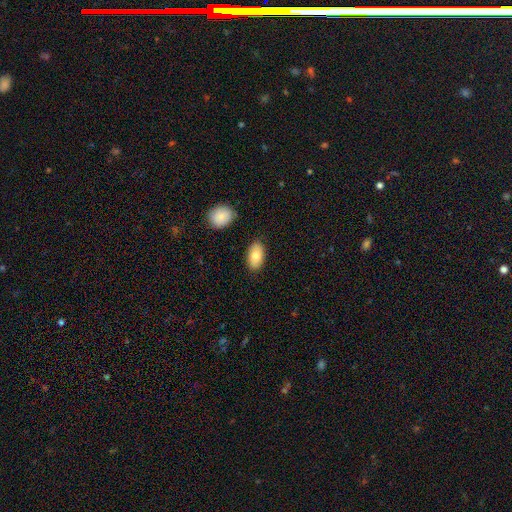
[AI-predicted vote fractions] Smooth or featured? Predicted: smooth (p=0.82). How rounded? Predicted: in between (p=0.93). Merging? Predicted: none (p=0.85).